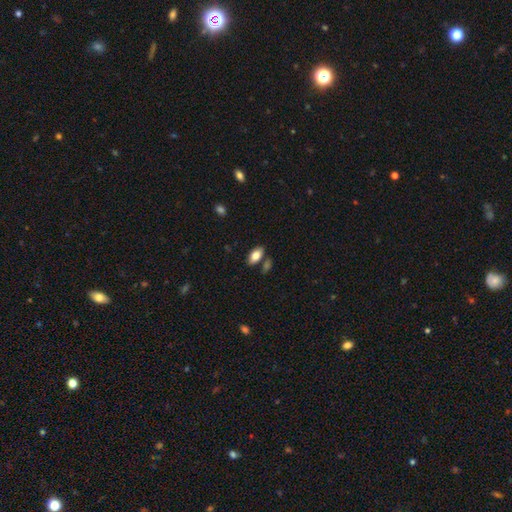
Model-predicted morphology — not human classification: Overall: smooth (82%). How rounded: in between (92%). Merging: none (78%).